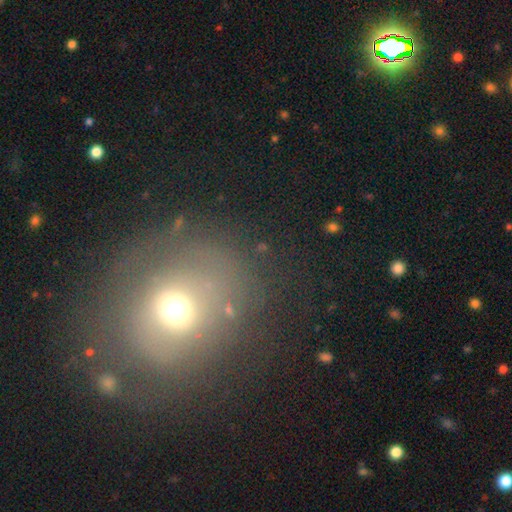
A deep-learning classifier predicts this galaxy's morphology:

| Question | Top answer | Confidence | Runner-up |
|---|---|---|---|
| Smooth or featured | smooth | 54% | featured or disk (25%) |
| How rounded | round | 70% | in between (29%) |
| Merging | none | 71% | minor disturbance (15%) |